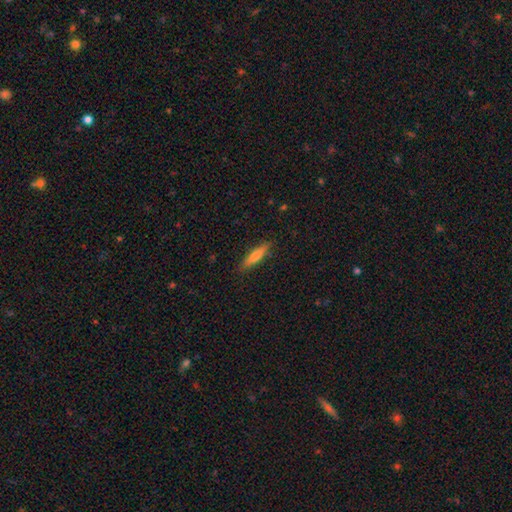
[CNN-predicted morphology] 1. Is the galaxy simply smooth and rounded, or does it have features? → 66% smooth, 28% featured or disk, 6% star or artifact.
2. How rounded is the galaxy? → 81% cigar-shaped, 17% in between, 2% round.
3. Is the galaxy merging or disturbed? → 87% none, 10% minor disturbance, 2% major disturbance, 1% merger.